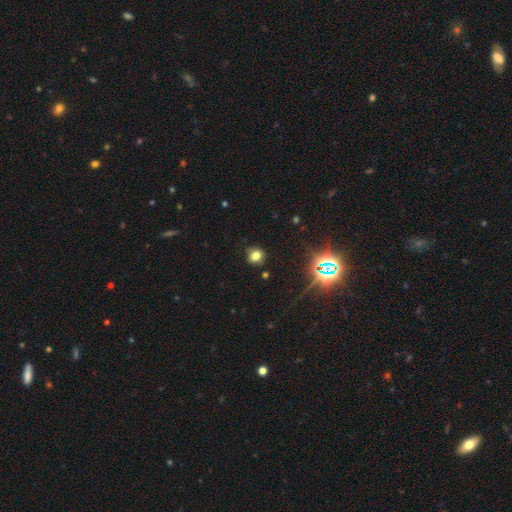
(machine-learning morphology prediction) Smooth or featured? Predicted: smooth (p=0.71). How rounded? Predicted: round (p=0.77). Merging? Predicted: none (p=0.84).